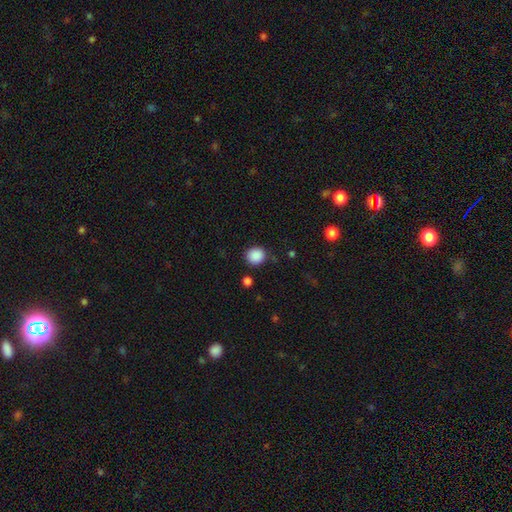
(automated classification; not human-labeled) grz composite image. It shows a smooth galaxy with no disk features (88%) that is round (87%). Merging: none (86%).